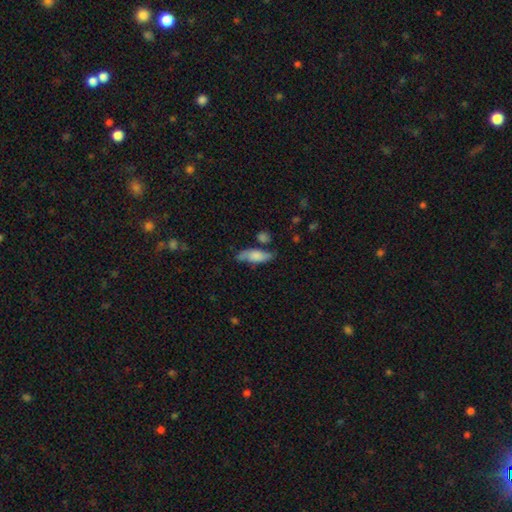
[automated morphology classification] smooth-or-featured: smooth: 69% | featured or disk: 24% | star or artifact: 7%
  how-rounded: in between: 62% | cigar-shaped: 35% | round: 3%
  merging: none: 61% | minor disturbance: 25% | merger: 8% | major disturbance: 7%